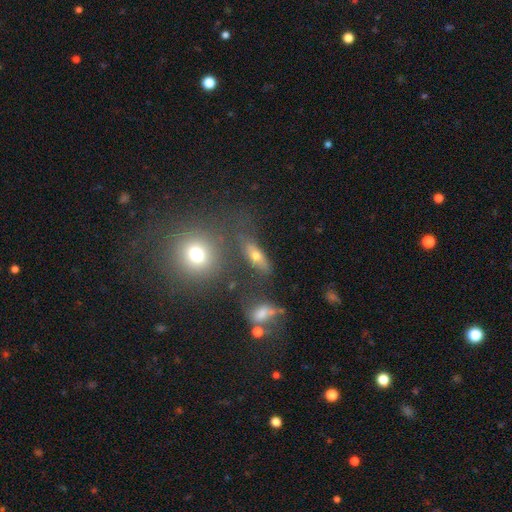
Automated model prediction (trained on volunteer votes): Smooth or featured? smooth (50%)
How rounded? in between (47%)
Merging? none (61%)